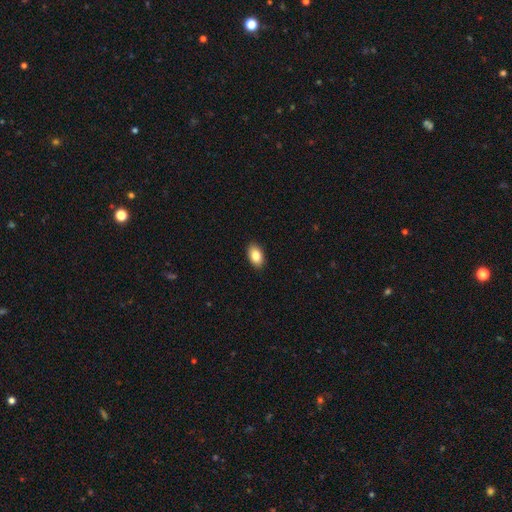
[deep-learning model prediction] Overall: smooth (86%). How rounded: in between (92%). Merging: none (90%).